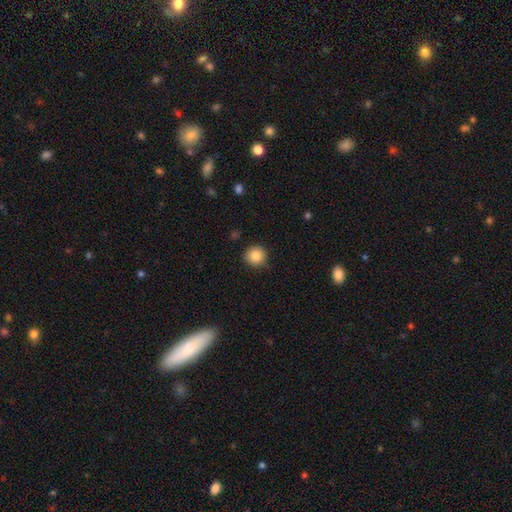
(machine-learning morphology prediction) smooth-or-featured: smooth: 84% | star or artifact: 10% | featured or disk: 6%
  how-rounded: round: 93% | in between: 6% | cigar-shaped: 1%
  merging: none: 87% | minor disturbance: 10% | major disturbance: 2% | merger: 1%